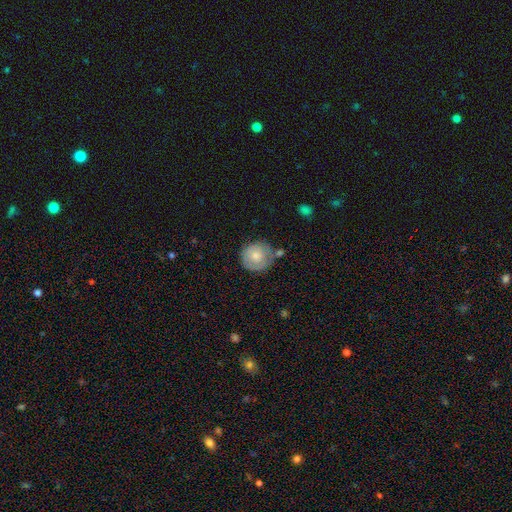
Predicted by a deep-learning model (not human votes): This appears to be a smooth galaxy with no disk features (67%) that is round (89%). Merging: none (60%).